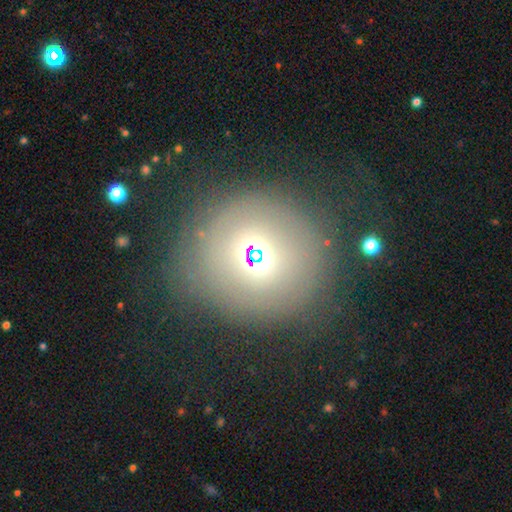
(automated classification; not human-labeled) Smooth or featured? Predicted: smooth (p=0.52). How rounded? Predicted: round (p=0.78). Merging? Predicted: none (p=0.84).